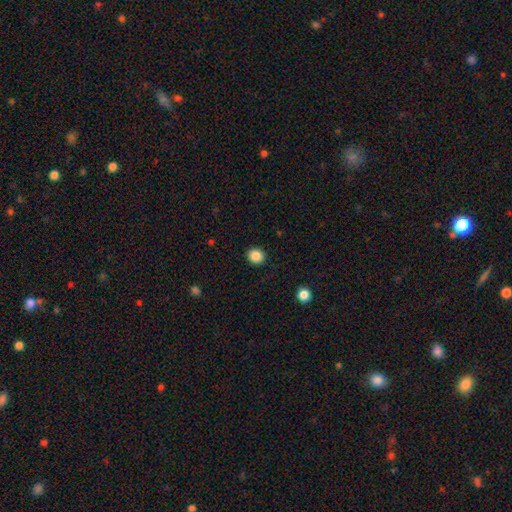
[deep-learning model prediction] The model was most divided on "how rounded": round: 83%, in between: 17%, cigar-shaped: 1%. More confident: merging — none (91%); smooth or featured — smooth (87%).